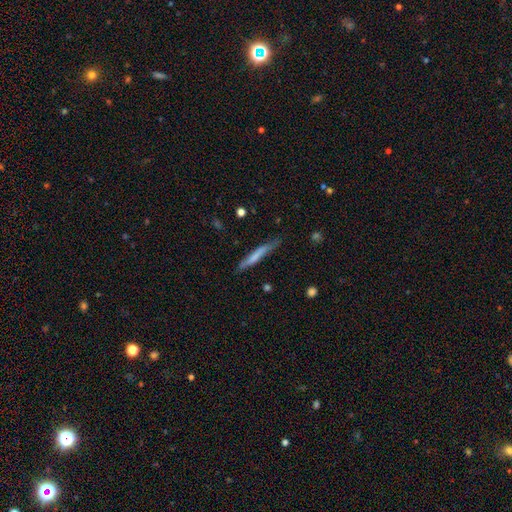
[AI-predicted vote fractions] Morphology: type=smooth (61%); roundness=cigar-shaped (94%); merging=none (71%).